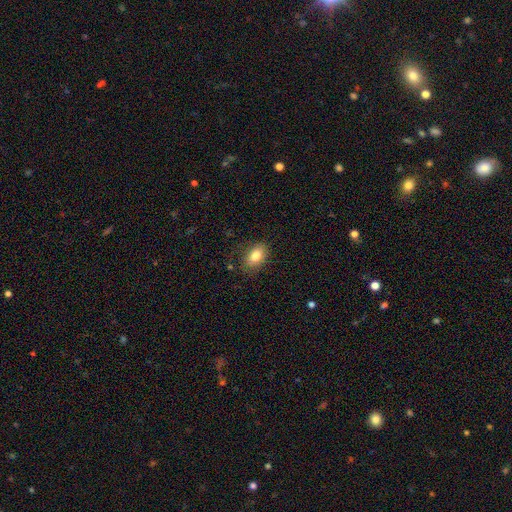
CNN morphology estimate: Overall: smooth (83%). How rounded: in between (89%). Merging: none (80%).